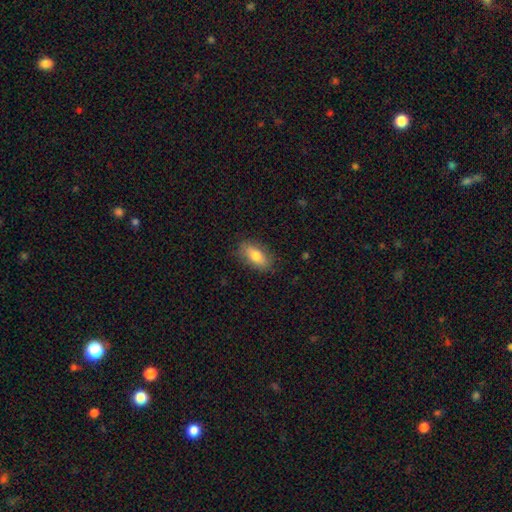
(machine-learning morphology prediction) This appears to be a smooth galaxy with no disk features (77%) that is in between round and cigar-shaped (87%). Merging: none (83%).